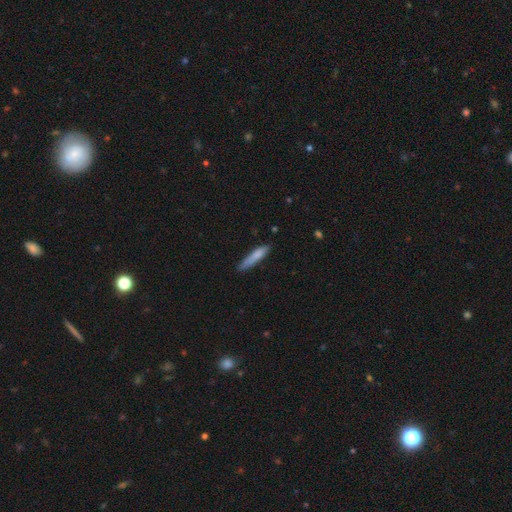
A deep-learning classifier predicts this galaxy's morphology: Smooth or featured? Predicted: smooth (p=0.79). How rounded? Predicted: cigar-shaped (p=0.88). Merging? Predicted: none (p=0.68).